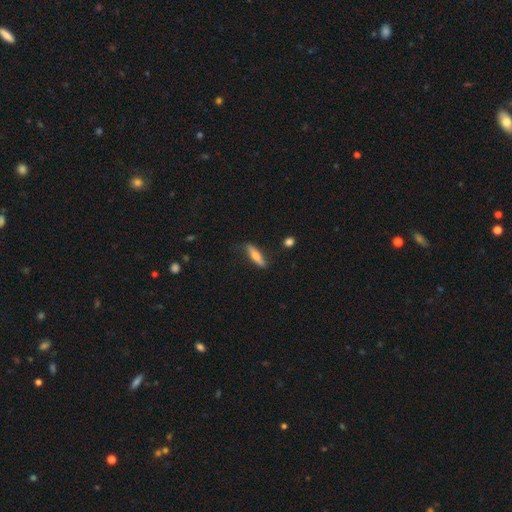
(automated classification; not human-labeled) Smooth or featured?
  - smooth: 57% *
  - featured or disk: 37%
  - star or artifact: 6%
How rounded?
  - cigar-shaped: 74% *
  - in between: 24%
  - round: 2%
Merging?
  - none: 77% *
  - minor disturbance: 18%
  - major disturbance: 4%
  - merger: 2%